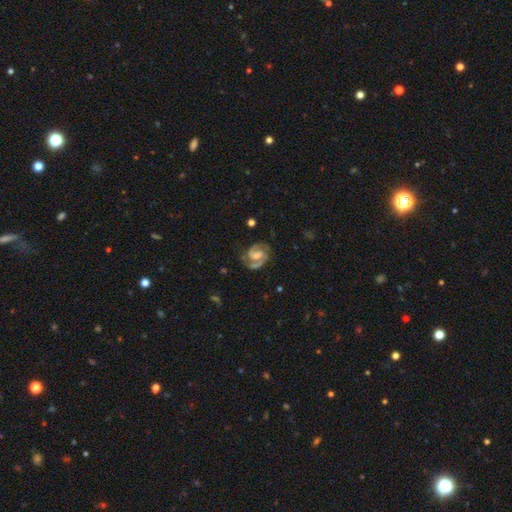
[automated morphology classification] This is clearly a featured or disk galaxy (90%). It is clearly not viewed edge-on (98%). Bar: possibly weak (48%). Spiral arm pattern: clearly yes (98%). Spiral arm count: clearly 2 (91%). Spiral winding: possibly medium (55%). Central bulge: possibly moderate (52%). Merging: likely none (75%).